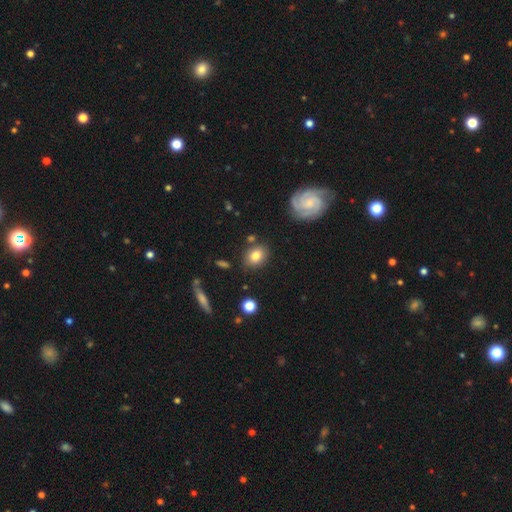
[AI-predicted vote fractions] Morphology: type=smooth (75%); roundness=in between (51%); merging=none (80%).